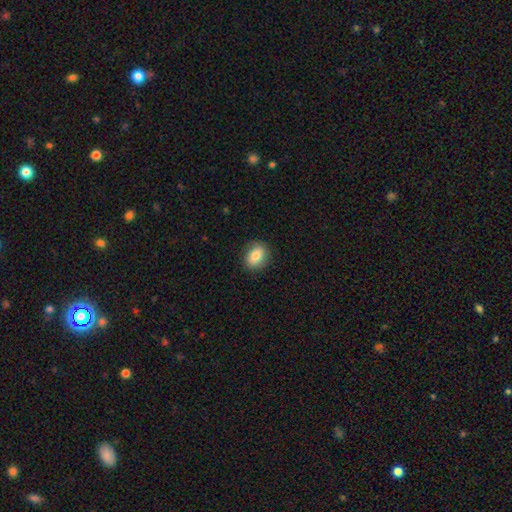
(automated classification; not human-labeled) Smooth or featured? smooth (82%)
How rounded? in between (59%)
Merging? none (87%)